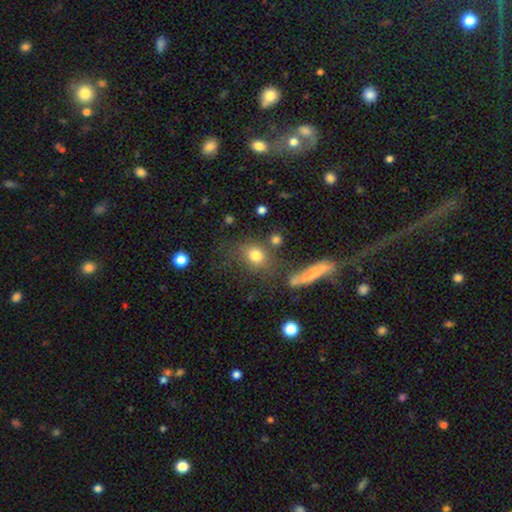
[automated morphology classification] type=smooth (76%); roundness=round (61%); merging=none (63%).